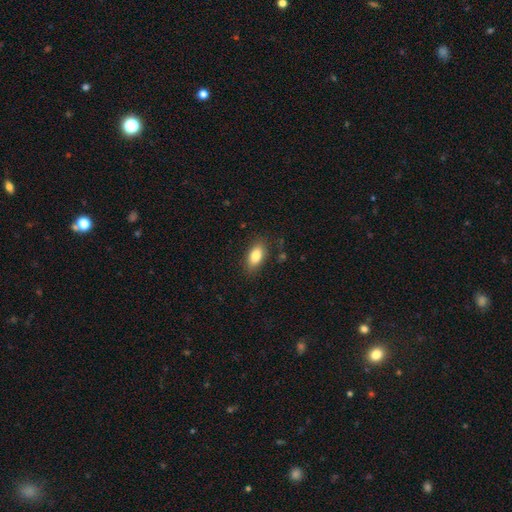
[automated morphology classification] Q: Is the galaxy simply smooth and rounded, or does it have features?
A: smooth — 83%.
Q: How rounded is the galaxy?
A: in between — 89%.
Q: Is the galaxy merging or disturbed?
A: none — 84%.